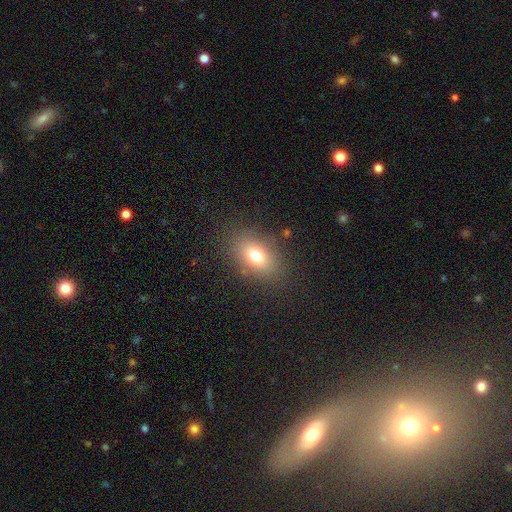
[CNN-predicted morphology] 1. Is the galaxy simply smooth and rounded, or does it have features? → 73% smooth, 14% featured or disk, 13% star or artifact.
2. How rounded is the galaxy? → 79% in between, 19% round, 2% cigar-shaped.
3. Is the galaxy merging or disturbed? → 83% none, 11% minor disturbance, 5% major disturbance, 1% merger.